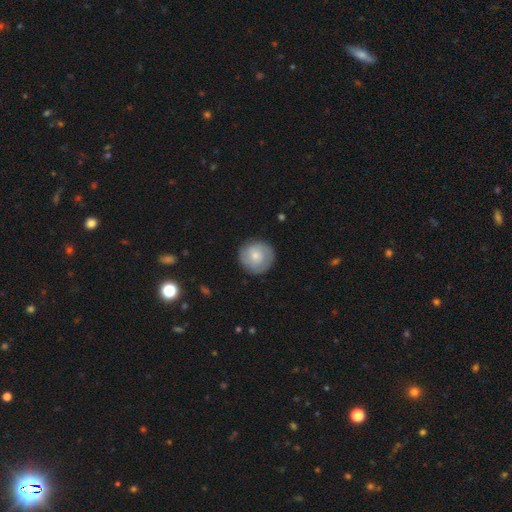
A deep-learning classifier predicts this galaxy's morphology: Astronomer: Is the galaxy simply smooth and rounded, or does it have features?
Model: smooth — 61%.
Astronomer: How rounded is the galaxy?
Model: round — 93%.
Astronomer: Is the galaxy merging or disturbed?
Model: none — 85%.